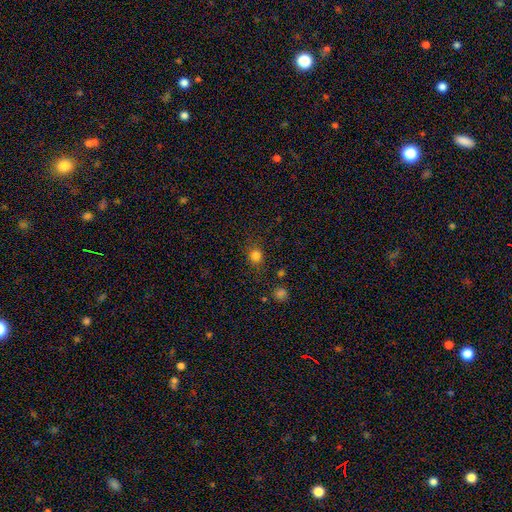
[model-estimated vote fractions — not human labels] This is likely a smooth galaxy (79%). How rounded: likely round (77%). Merging: clearly none (81%).